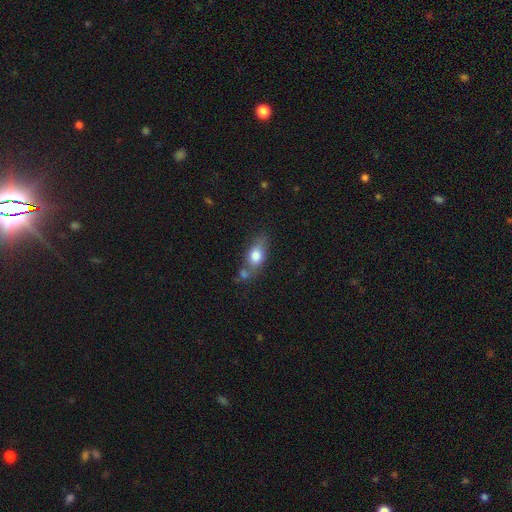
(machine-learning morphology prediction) The model was most divided on "merging": none: 47%, merger: 25%, minor disturbance: 20%, major disturbance: 8%. More confident: smooth or featured — smooth (75%); how rounded — in between (73%).